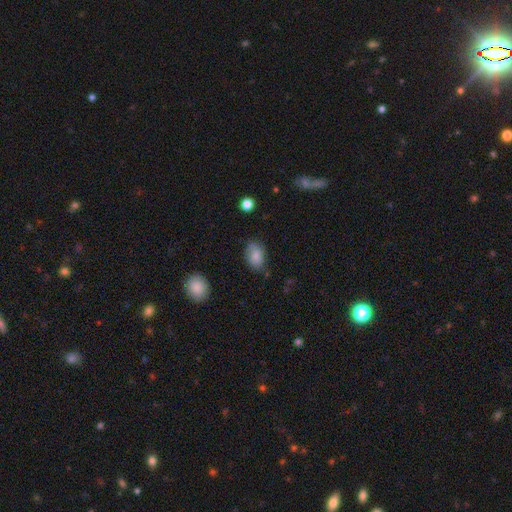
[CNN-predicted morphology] smooth_or_featured: smooth (p=0.83) [alt: featured or disk p=0.08]
how_rounded: in between (p=0.86) [alt: round p=0.13]
merging: none (p=0.69) [alt: minor disturbance p=0.24]